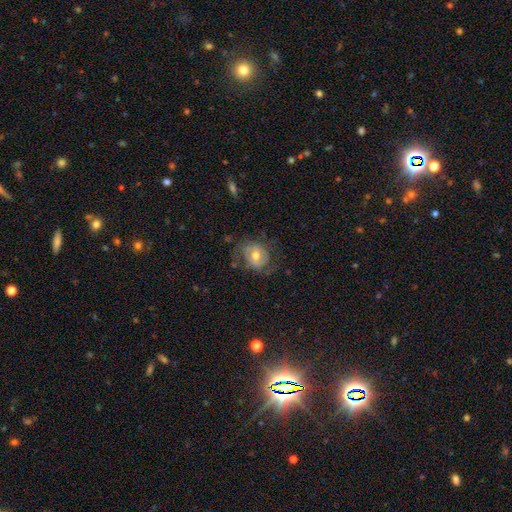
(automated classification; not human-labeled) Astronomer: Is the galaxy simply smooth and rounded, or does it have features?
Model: featured or disk — 53% (runner-up: smooth, 40%).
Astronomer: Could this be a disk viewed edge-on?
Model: no — 96%.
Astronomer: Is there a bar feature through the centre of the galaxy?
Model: no — 44% (runner-up: weak, 39%).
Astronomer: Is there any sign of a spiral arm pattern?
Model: yes — 60% (runner-up: no, 40%).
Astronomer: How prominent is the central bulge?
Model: moderate — 74%.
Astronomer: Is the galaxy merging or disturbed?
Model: none — 60%.